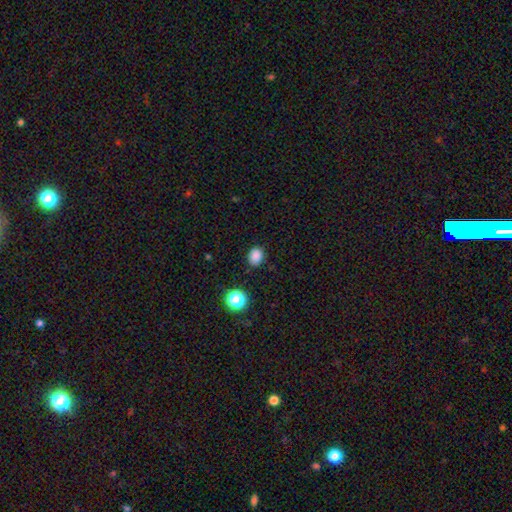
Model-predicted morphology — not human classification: Smooth or featured?
  - smooth: 84% *
  - star or artifact: 13%
  - featured or disk: 3%
How rounded?
  - in between: 51% *
  - round: 48%
  - cigar-shaped: 1%
Merging?
  - none: 85% *
  - minor disturbance: 11%
  - major disturbance: 3%
  - merger: 2%